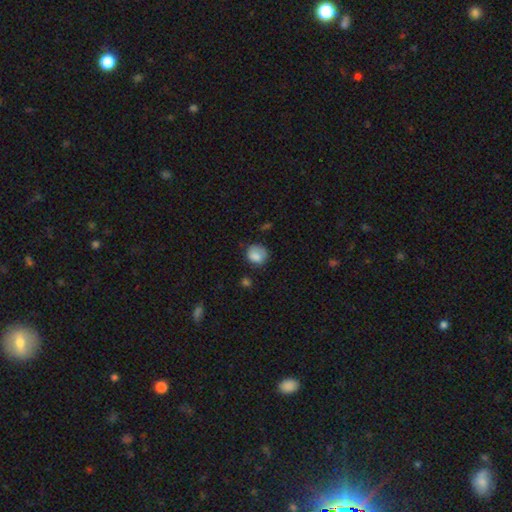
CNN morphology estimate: smooth-or-featured: smooth: 81% | featured or disk: 10% | star or artifact: 9%
  how-rounded: round: 71% | in between: 28% | cigar-shaped: 1%
  merging: none: 61% | minor disturbance: 27% | major disturbance: 9% | merger: 3%